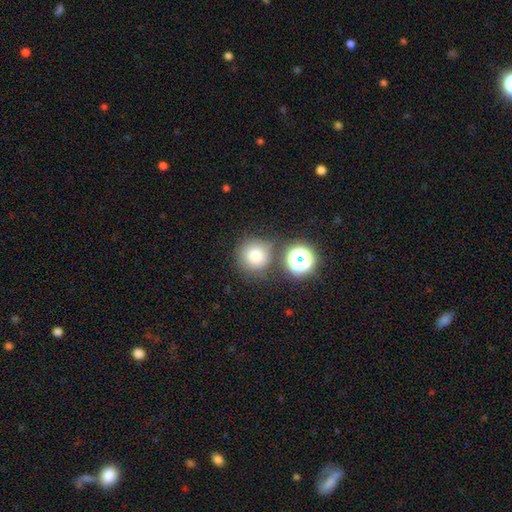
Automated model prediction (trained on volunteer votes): smooth-or-featured: smooth: 79% | star or artifact: 13% | featured or disk: 8%
  how-rounded: round: 93% | in between: 6% | cigar-shaped: 1%
  merging: none: 71% | minor disturbance: 12% | merger: 12% | major disturbance: 5%